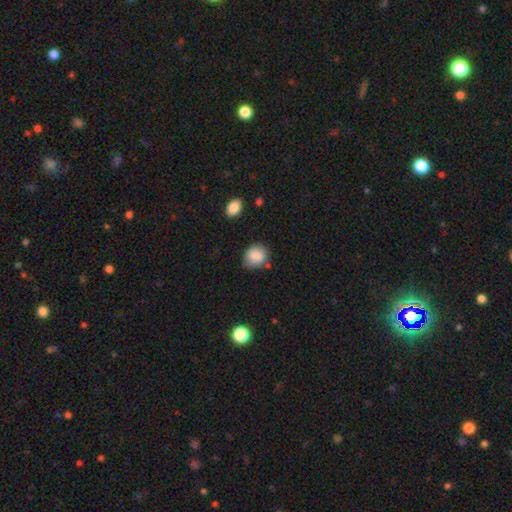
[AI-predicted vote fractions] Q: Smooth or featured?
A: smooth (86%); runner-up: star or artifact (8%)
Q: How rounded?
A: round (69%); runner-up: in between (30%)
Q: Merging?
A: none (71%); runner-up: minor disturbance (20%)